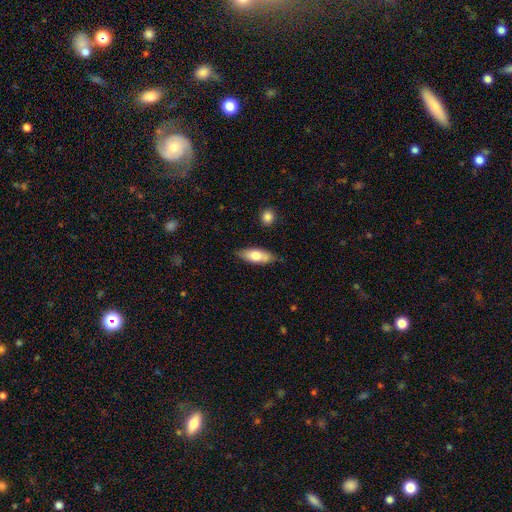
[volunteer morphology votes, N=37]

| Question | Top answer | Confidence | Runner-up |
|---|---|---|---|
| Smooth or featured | smooth | 59% | featured or disk (38%) |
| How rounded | in between | 73% | cigar-shaped (27%) |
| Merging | none | 86% | minor disturbance (14%) |